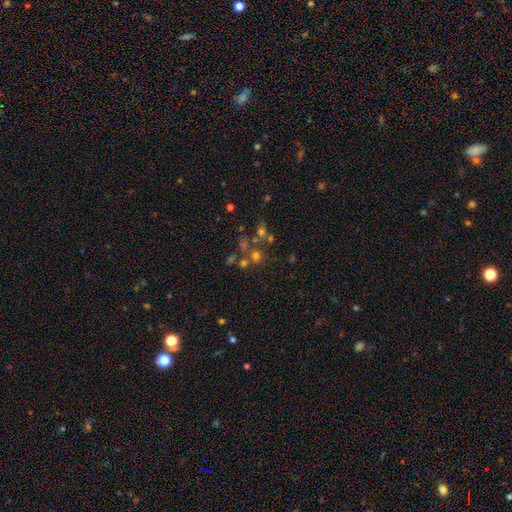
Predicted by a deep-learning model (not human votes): Overall: smooth (55%; star or artifact 29%). How rounded: round (87%). Merging: none (59%; merger 26%).